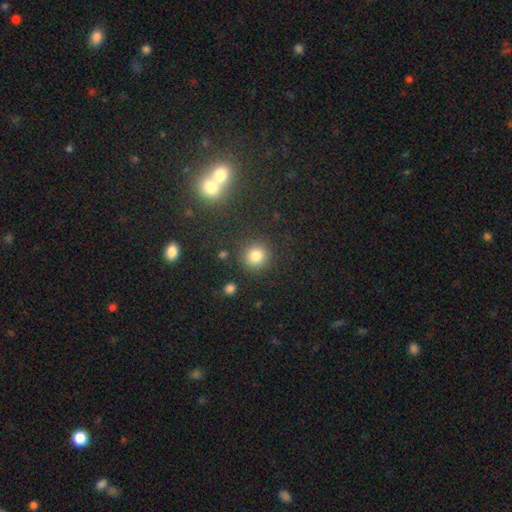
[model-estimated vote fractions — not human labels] smooth-or-featured: smooth: 81% | star or artifact: 13% | featured or disk: 6%
  how-rounded: round: 89% | in between: 10% | cigar-shaped: 1%
  merging: none: 86% | minor disturbance: 8% | major disturbance: 3% | merger: 3%